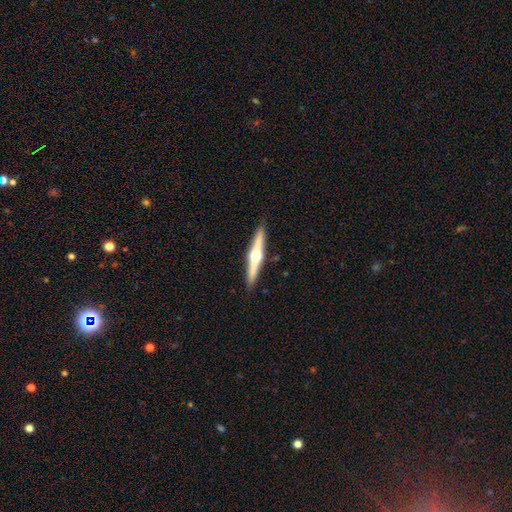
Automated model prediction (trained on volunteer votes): This is likely a featured or disk galaxy (75%). It is clearly viewed edge-on (98%). Edge-on bulge: clearly rounded (96%). Merging: clearly none (91%).